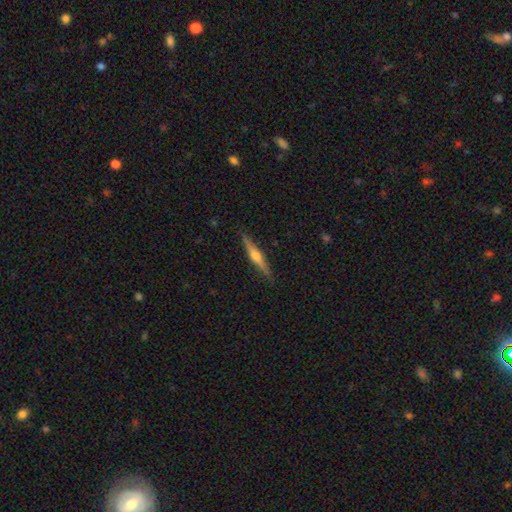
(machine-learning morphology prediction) Smooth or featured? Predicted: featured or disk (p=0.70). Edge-on disk? Predicted: yes (p=0.98). Edge-on bulge? Predicted: rounded (p=0.90). Merging? Predicted: none (p=0.89).